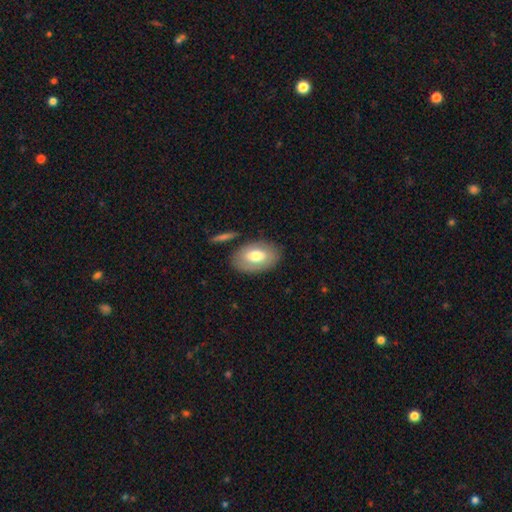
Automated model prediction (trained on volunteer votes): Morphology: type=smooth (67%); roundness=in between (90%); merging=none (80%).